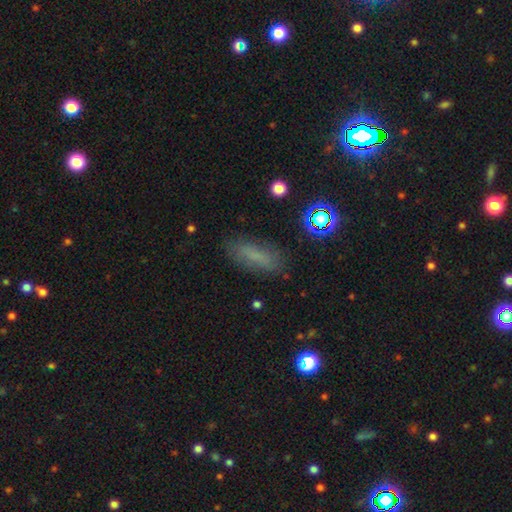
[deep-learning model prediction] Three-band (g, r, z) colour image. It shows a smooth galaxy with no disk features (66%) that is in between round and cigar-shaped (51%). Merging: none (79%).